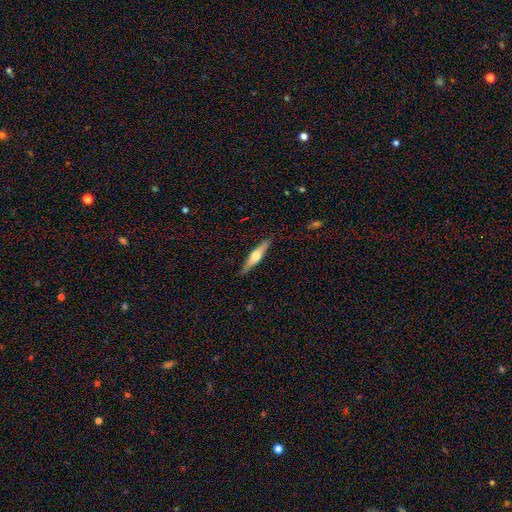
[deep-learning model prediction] This is possibly a featured or disk galaxy (52%). It is clearly viewed edge-on (92%). Merging: clearly none (85%).